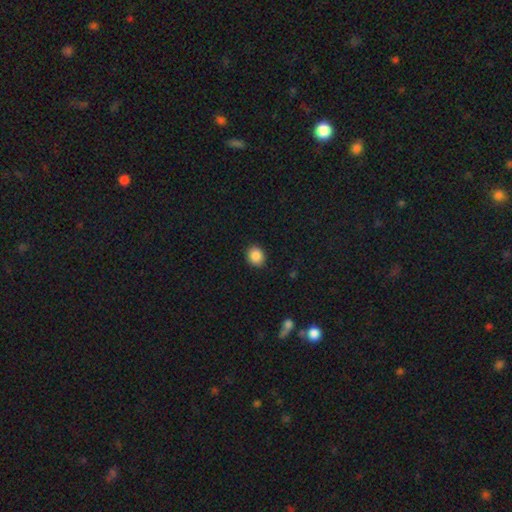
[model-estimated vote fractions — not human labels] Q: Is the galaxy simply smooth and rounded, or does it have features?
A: smooth — 88%.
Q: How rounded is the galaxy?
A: round — 69%.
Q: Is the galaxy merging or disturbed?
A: none — 89%.